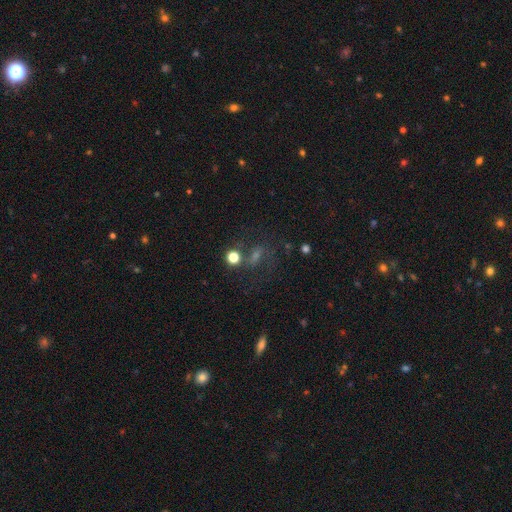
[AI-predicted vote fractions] Smooth or featured: smooth — 37% (star or artifact — 33%)
Merging: none — 54% (major disturbance — 17%)